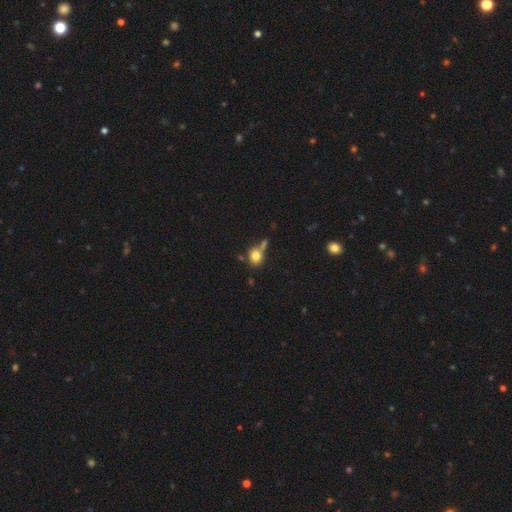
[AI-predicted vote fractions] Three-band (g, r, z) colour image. It shows a smooth galaxy with no disk features (79%) that is round (73%). Merging: none (54%).